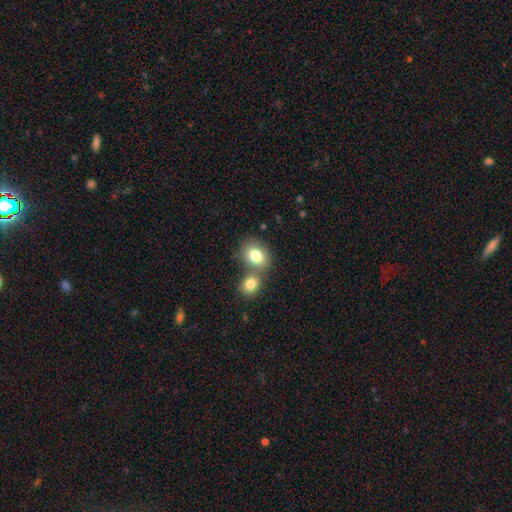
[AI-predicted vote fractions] A smooth galaxy with no disk features (80%) that is in between round and cigar-shaped (58%).

Vote fractions:
- Smooth or featured? smooth: 80% / featured or disk: 11% / star or artifact: 8%
- How rounded? in between: 58% / round: 41% / cigar-shaped: 1%
- Merging? none: 46% / merger: 41% / minor disturbance: 10% / major disturbance: 3%